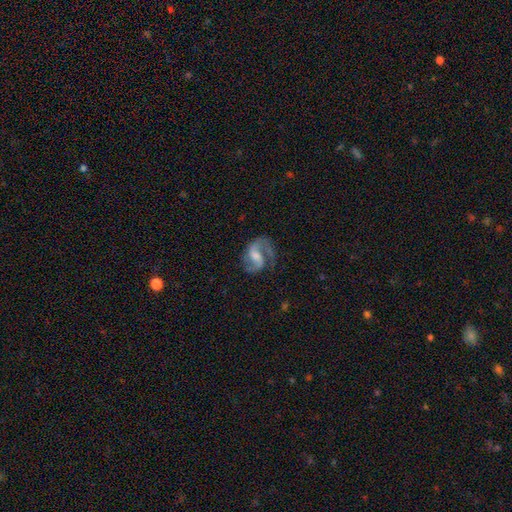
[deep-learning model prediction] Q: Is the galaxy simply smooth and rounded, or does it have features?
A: featured or disk — 85%.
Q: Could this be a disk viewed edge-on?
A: no — 98%.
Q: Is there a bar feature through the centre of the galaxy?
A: weak — 50%.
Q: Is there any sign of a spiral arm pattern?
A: yes — 96%.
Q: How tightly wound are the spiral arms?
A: medium — 52%.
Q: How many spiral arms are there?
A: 2 — 87%.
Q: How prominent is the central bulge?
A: moderate — 39%.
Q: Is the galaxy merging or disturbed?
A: none — 63%.